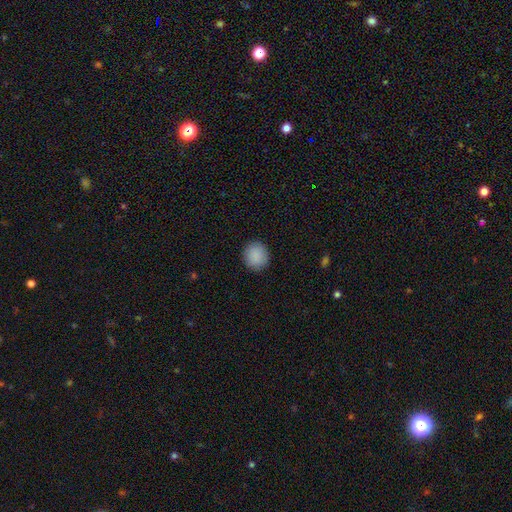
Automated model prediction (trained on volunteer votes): smooth 89%, star or artifact 8%, featured or disk 3%. Down the decision tree: how rounded — round (88%); merging — none (91%).